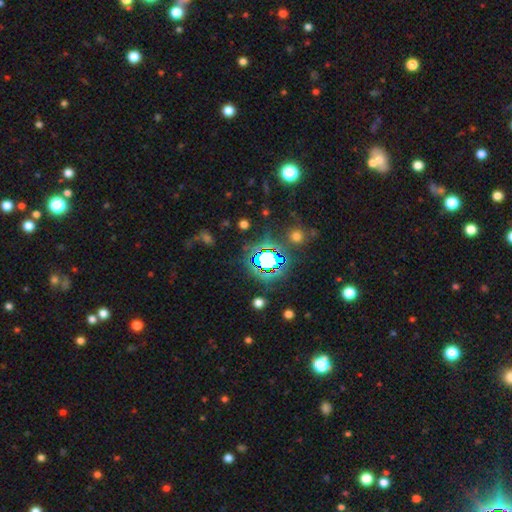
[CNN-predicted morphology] This is likely a star or artifact rather than a galaxy (73%).